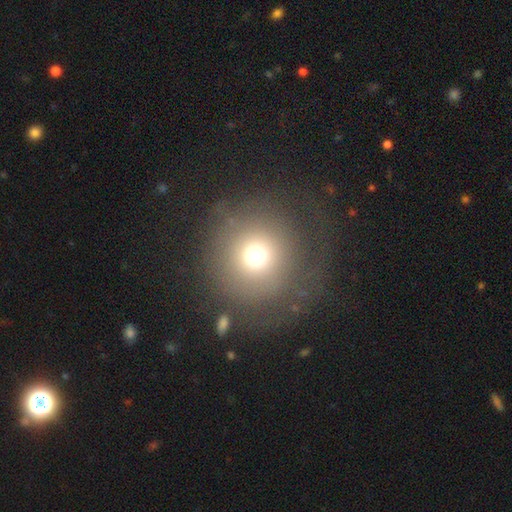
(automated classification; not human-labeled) A smooth galaxy with no disk features (67%) that is round (94%).

Vote fractions:
- Smooth or featured? smooth: 67% / featured or disk: 19% / star or artifact: 15%
- How rounded? round: 94% / in between: 5% / cigar-shaped: 1%
- Merging? none: 65% / major disturbance: 18% / minor disturbance: 14% / merger: 3%